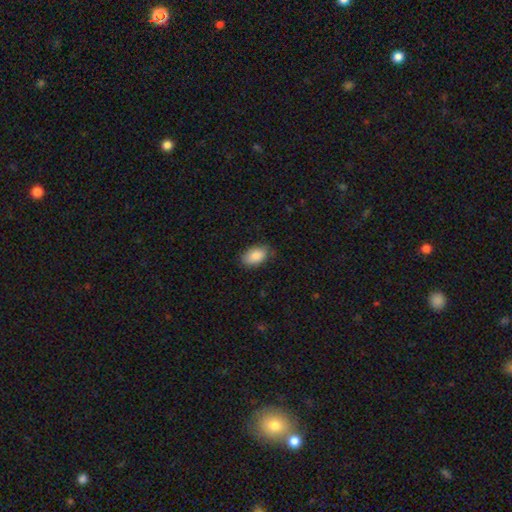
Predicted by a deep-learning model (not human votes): This is clearly a smooth galaxy (87%). How rounded: clearly in between (92%). Merging: likely none (78%).